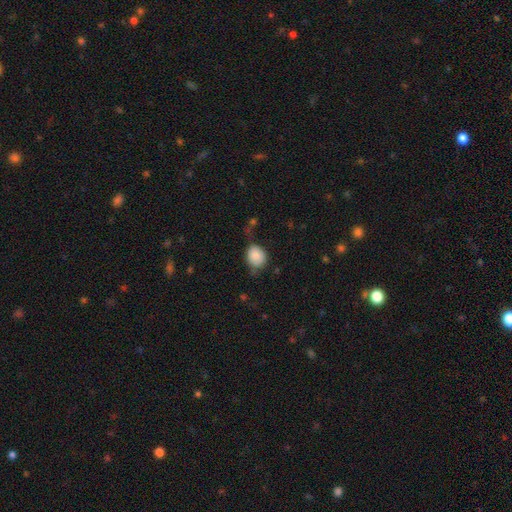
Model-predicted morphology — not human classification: Q: Smooth or featured?
A: smooth (84%); runner-up: star or artifact (8%)
Q: How rounded?
A: round (66%); runner-up: in between (33%)
Q: Merging?
A: none (60%); runner-up: minor disturbance (28%)